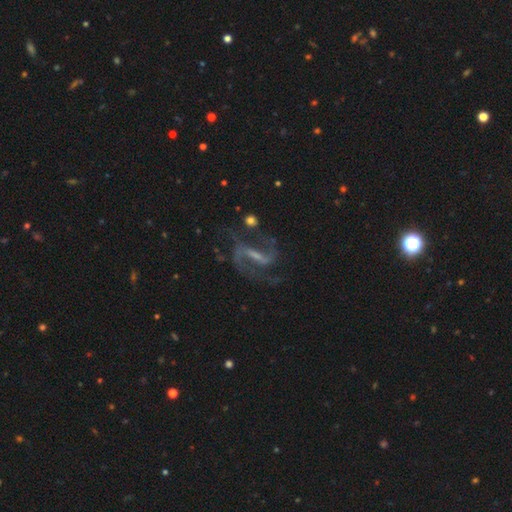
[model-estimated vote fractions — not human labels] This is clearly a featured or disk galaxy (88%). It is clearly not viewed edge-on (96%). Bar: possibly strong (56%). Spiral arm pattern: clearly yes (96%). Spiral arm count: clearly 2 (89%). Spiral winding: possibly medium (52%). Central bulge: possibly small (49%). Merging: likely none (67%).